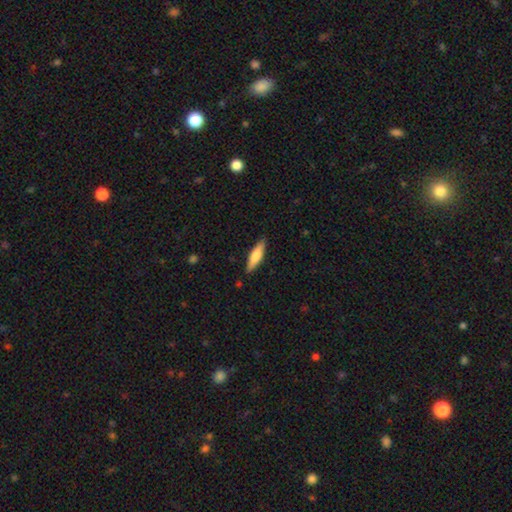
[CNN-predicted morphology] smooth 68%, featured or disk 26%, star or artifact 5%. Down the decision tree: how rounded — cigar-shaped (67%); merging — none (87%).